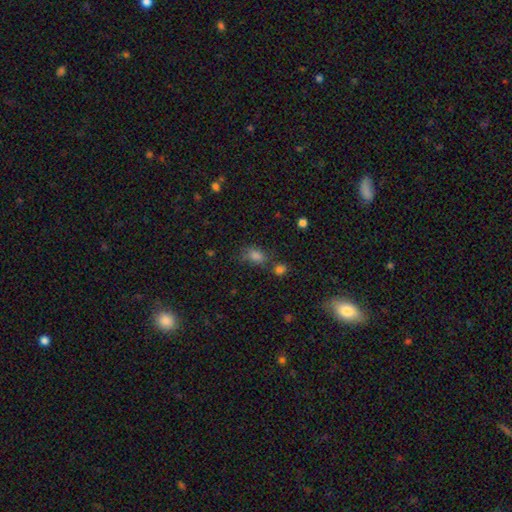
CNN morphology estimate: A smooth galaxy with no disk features (72%) that is in between round and cigar-shaped (74%). Merging: none (58%).